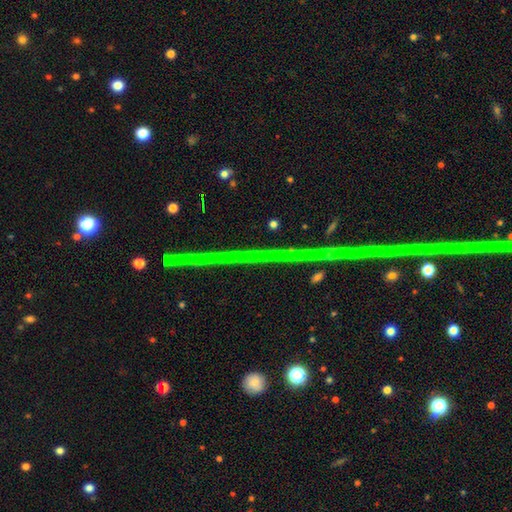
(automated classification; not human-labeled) star or artifact 81%, featured or disk 13%, smooth 7%.